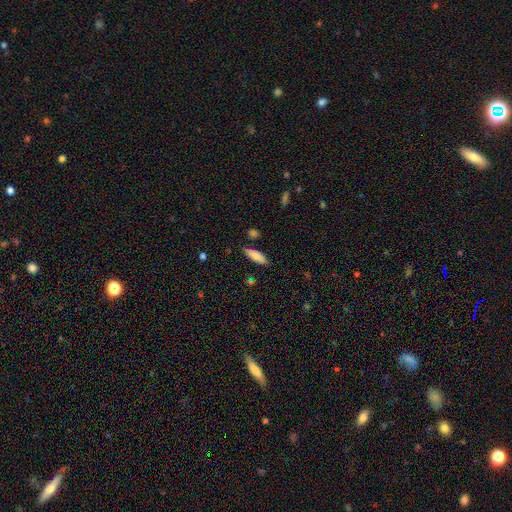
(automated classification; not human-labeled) smooth-or-featured: smooth: 78% | featured or disk: 16% | star or artifact: 6%
  how-rounded: cigar-shaped: 51% | in between: 47% | round: 2%
  merging: none: 84% | minor disturbance: 11% | merger: 3% | major disturbance: 2%